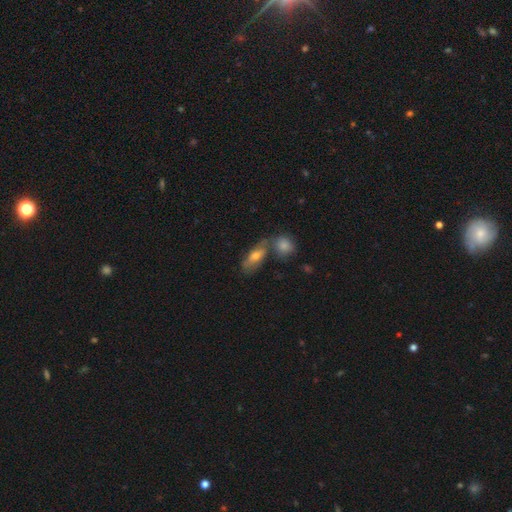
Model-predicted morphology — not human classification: Q: Smooth or featured?
A: smooth (58%); runner-up: featured or disk (33%)
Q: How rounded?
A: in between (73%); runner-up: cigar-shaped (20%)
Q: Merging?
A: none (43%); runner-up: merger (38%)